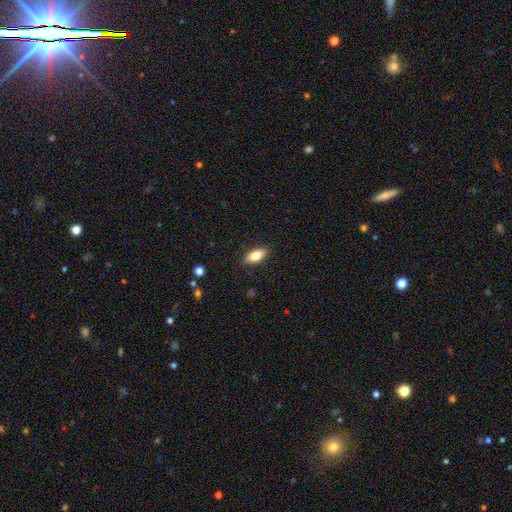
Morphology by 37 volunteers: Volunteers were most divided on "smooth or featured": smooth: 86%, featured or disk: 11%, star or artifact: 3%. More confident: how rounded — in between (94%); merging — none (92%).